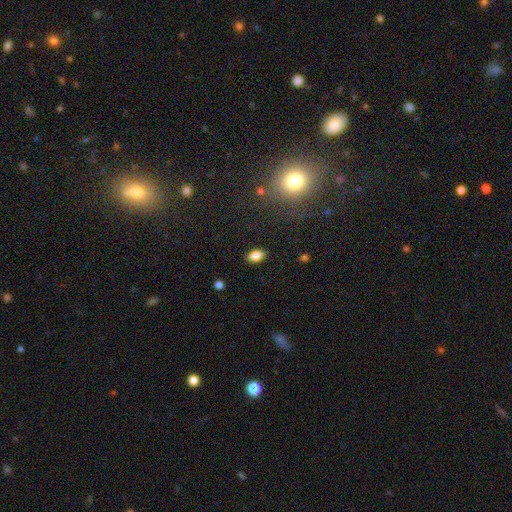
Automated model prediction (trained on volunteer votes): Smooth or featured? Predicted: smooth (p=0.82). How rounded? Predicted: in between (p=0.90). Merging? Predicted: none (p=0.88).